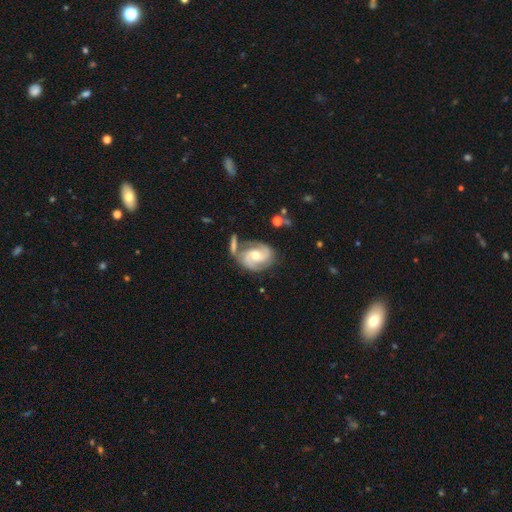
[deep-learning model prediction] Overall: featured or disk (82%). Edge-on disk: no (97%). Bar: no (53%; weak 38%). Spiral arms: yes (96%). Spiral arm count: 2 (77%). Spiral winding: medium (49%; tight 34%). Bulge size: moderate (67%). Merging: none (58%; minor disturbance 18%).